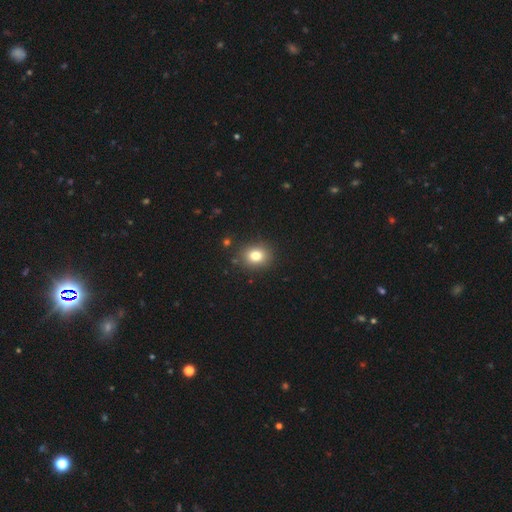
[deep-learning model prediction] This appears to be a smooth galaxy with no disk features (80%) that is round (67%). Merging: none (88%).